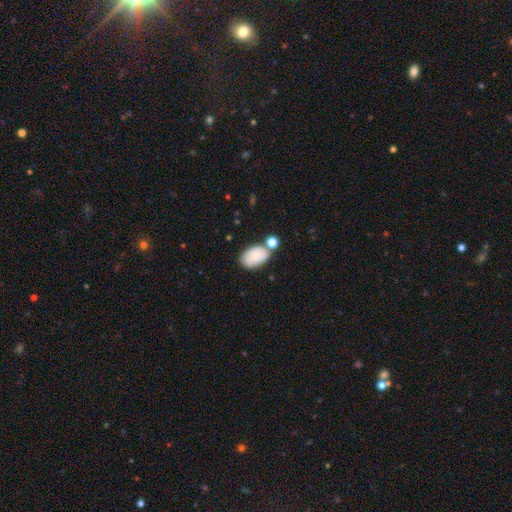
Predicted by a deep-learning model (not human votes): Smooth or featured? Predicted: smooth (p=0.75). How rounded? Predicted: in between (p=0.91). Merging? Predicted: none (p=0.57).